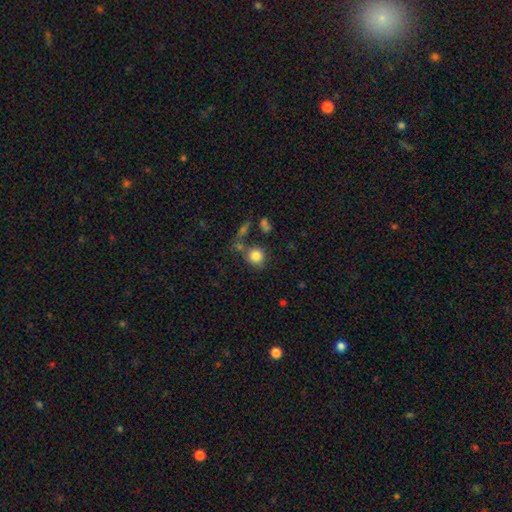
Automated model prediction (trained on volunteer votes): This is clearly a smooth galaxy (83%). How rounded: clearly round (89%). Merging: likely none (64%).